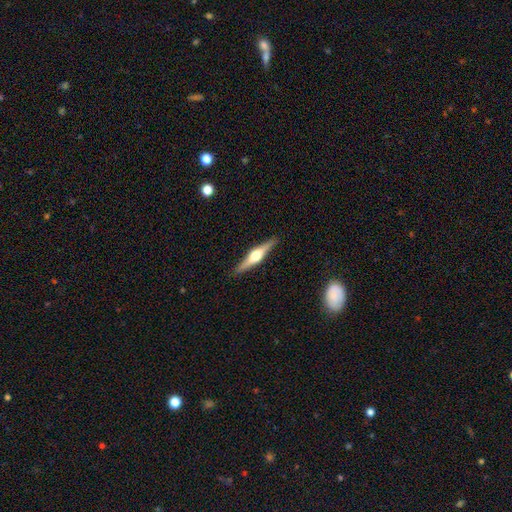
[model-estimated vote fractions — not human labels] Morphology: type=featured or disk (72%); edge-on=yes (97%); edge-on bulge=rounded (94%); merging=none (90%).